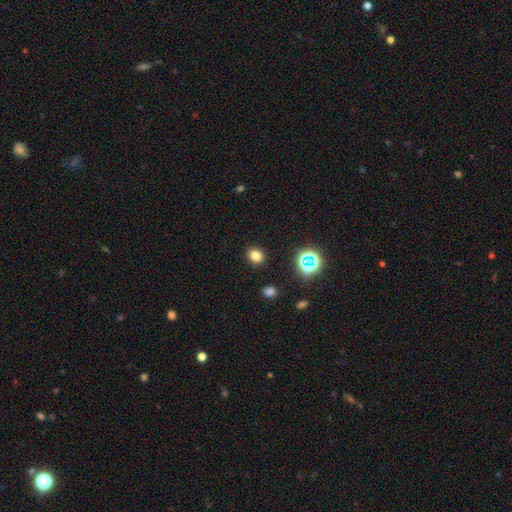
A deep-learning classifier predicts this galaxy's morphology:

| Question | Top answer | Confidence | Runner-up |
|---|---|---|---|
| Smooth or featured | smooth | 76% | star or artifact (17%) |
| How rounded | in between | 50% | round (49%) |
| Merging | none | 88% | minor disturbance (7%) |